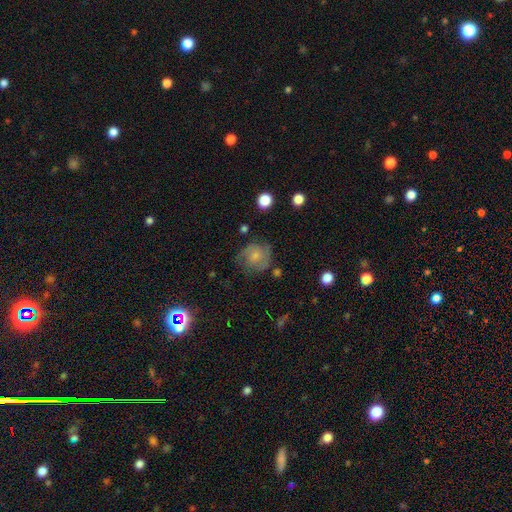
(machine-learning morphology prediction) Q: Smooth or featured?
A: smooth (51%); runner-up: featured or disk (40%)
Q: How rounded?
A: round (79%); runner-up: in between (20%)
Q: Merging?
A: none (57%); runner-up: minor disturbance (26%)